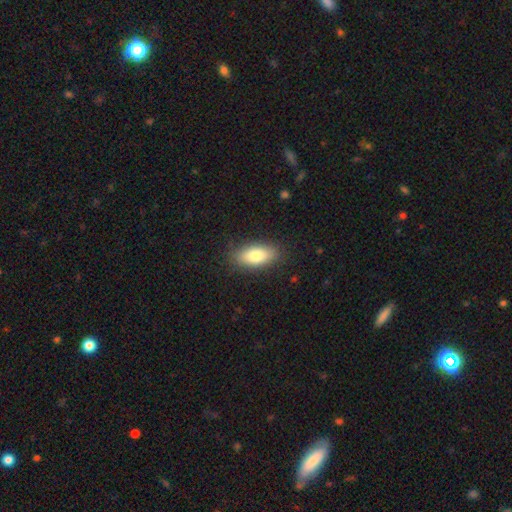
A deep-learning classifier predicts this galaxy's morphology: Smooth or featured? Predicted: smooth (p=0.81). How rounded? Predicted: in between (p=0.87). Merging? Predicted: none (p=0.86).